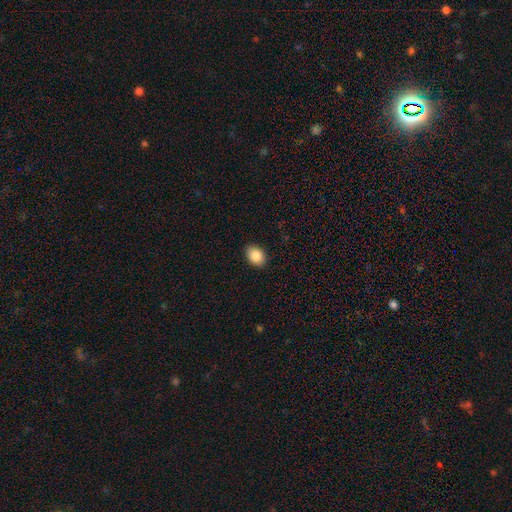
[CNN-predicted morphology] smooth-or-featured: smooth: 89% | star or artifact: 8% | featured or disk: 4%
  how-rounded: in between: 75% | round: 24% | cigar-shaped: 1%
  merging: none: 89% | minor disturbance: 8% | major disturbance: 2% | merger: 1%